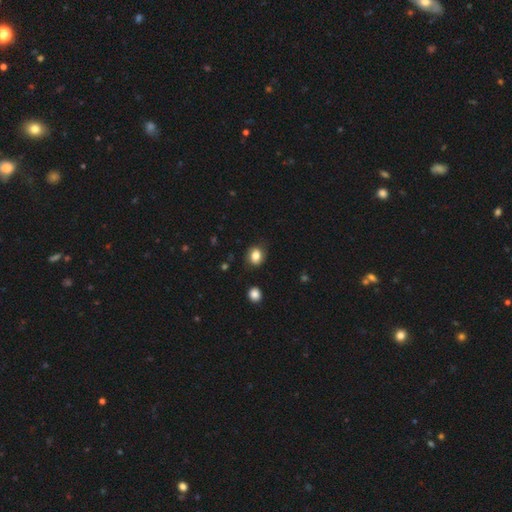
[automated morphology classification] smooth_or_featured: smooth (p=0.80) [alt: featured or disk p=0.10]
how_rounded: round (p=0.53) [alt: in between p=0.46]
merging: none (p=0.79) [alt: minor disturbance p=0.15]